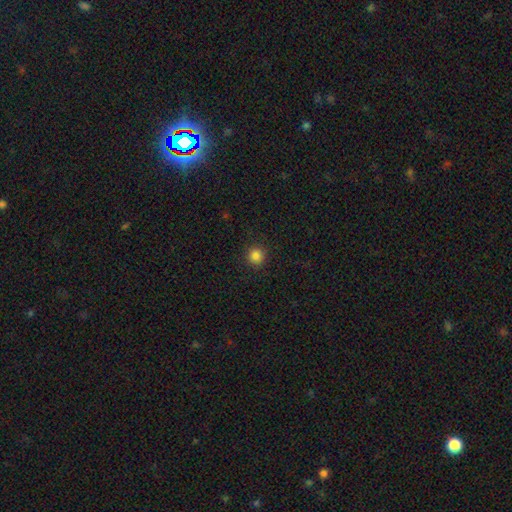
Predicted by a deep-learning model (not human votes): Smooth or featured?
  - smooth: 84% *
  - star or artifact: 13%
  - featured or disk: 4%
How rounded?
  - round: 94% *
  - in between: 5%
  - cigar-shaped: 1%
Merging?
  - none: 91% *
  - minor disturbance: 6%
  - major disturbance: 2%
  - merger: 1%